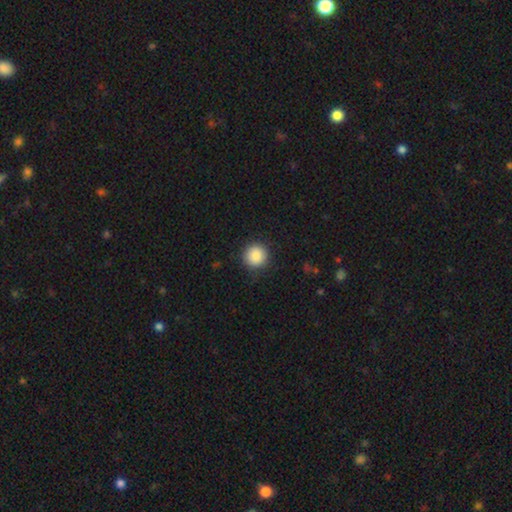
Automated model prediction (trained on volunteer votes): Q: Smooth or featured?
A: smooth (88%); runner-up: star or artifact (8%)
Q: How rounded?
A: round (95%); runner-up: in between (4%)
Q: Merging?
A: none (89%); runner-up: minor disturbance (8%)